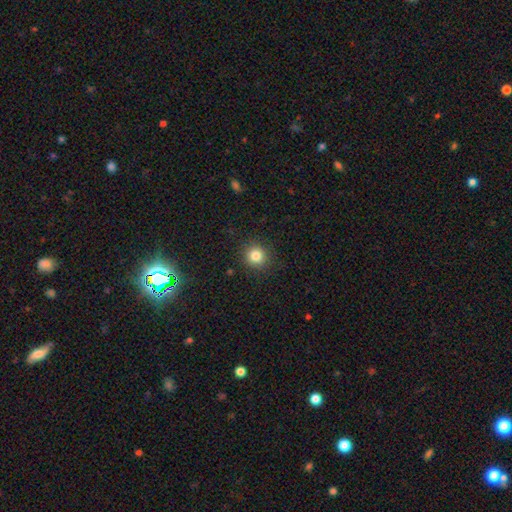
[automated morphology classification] This is clearly a smooth galaxy (83%). How rounded: clearly round (92%). Merging: clearly none (90%).